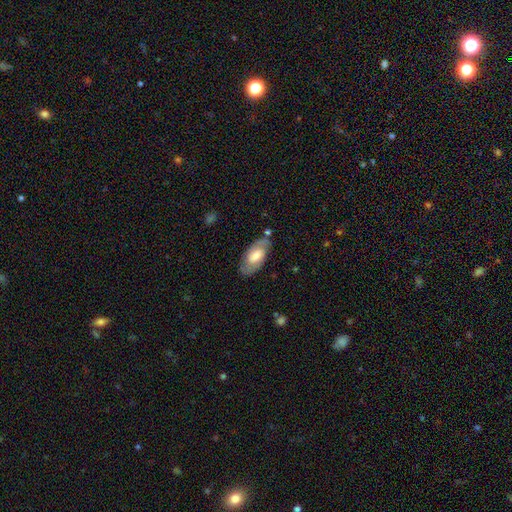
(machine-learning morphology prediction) Smooth or featured? Predicted: featured or disk (p=0.57). Edge-on disk? Predicted: no (p=0.90). Bar? Predicted: weak (p=0.43). Spiral arms? Predicted: yes (p=0.76). Bulge size? Predicted: moderate (p=0.49). Merging? Predicted: none (p=0.77).